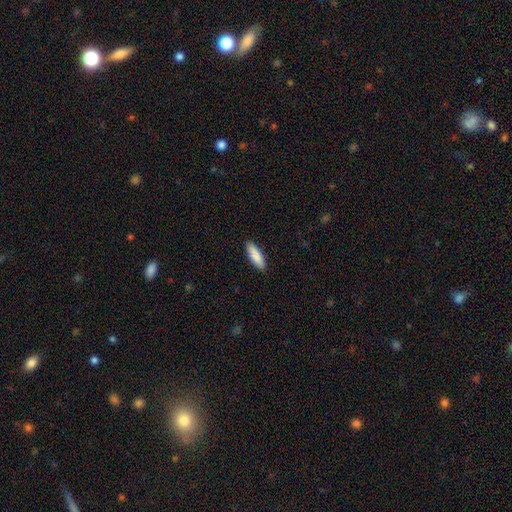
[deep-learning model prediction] smooth-or-featured: smooth: 89% | featured or disk: 6% | star or artifact: 5%
  how-rounded: cigar-shaped: 51% | in between: 47% | round: 1%
  merging: none: 90% | minor disturbance: 7% | major disturbance: 2% | merger: 1%